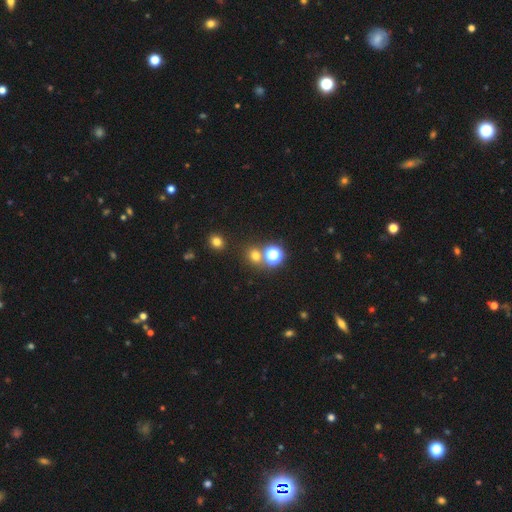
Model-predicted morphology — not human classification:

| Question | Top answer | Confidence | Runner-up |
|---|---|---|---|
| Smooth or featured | smooth | 64% | star or artifact (29%) |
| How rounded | round | 81% | in between (18%) |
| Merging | none | 73% | merger (16%) |